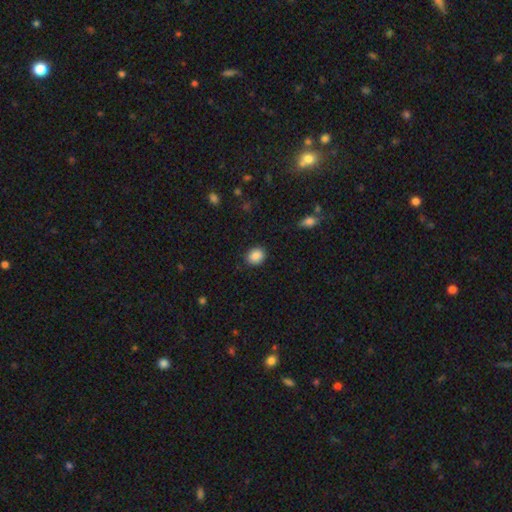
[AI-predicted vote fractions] smooth_or_featured: smooth (p=0.87) [alt: star or artifact p=0.09]
how_rounded: round (p=0.63) [alt: in between p=0.36]
merging: none (p=0.88) [alt: minor disturbance p=0.08]